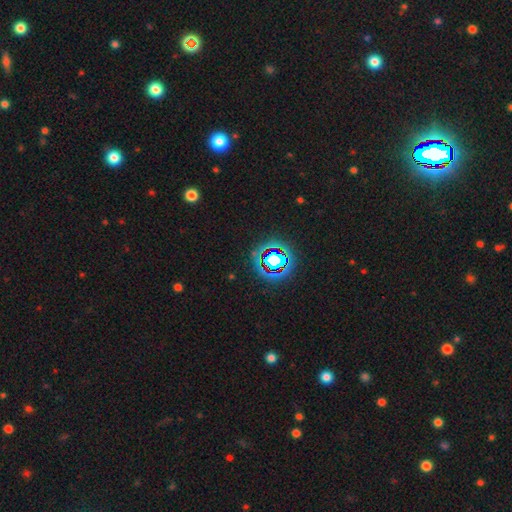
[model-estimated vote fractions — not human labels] star or artifact 76%, smooth 15%, featured or disk 9%.